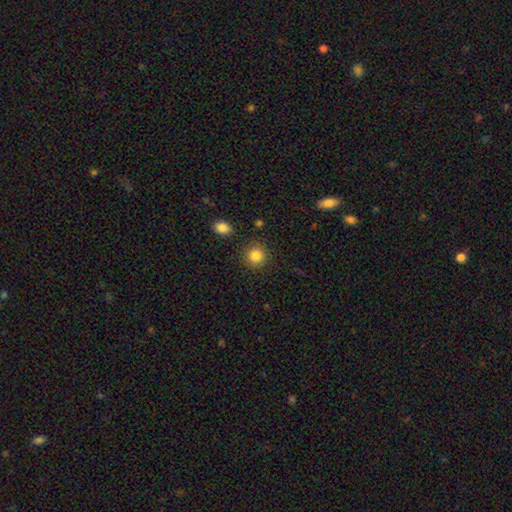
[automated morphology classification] This is clearly a smooth galaxy (84%). How rounded: clearly round (91%). Merging: clearly none (88%).